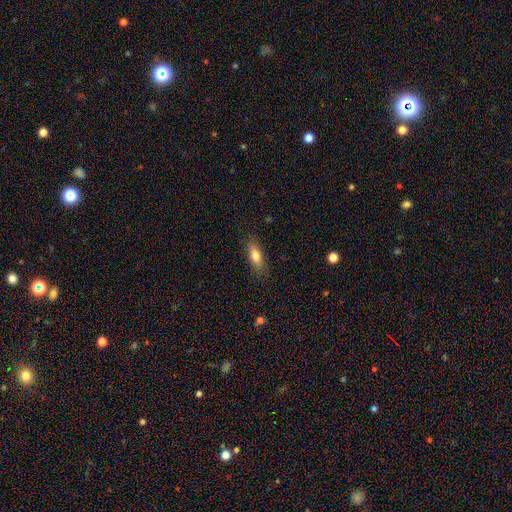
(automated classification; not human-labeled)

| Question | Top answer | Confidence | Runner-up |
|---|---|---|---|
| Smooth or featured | smooth | 75% | featured or disk (17%) |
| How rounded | in between | 66% | cigar-shaped (30%) |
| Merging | none | 83% | minor disturbance (13%) |